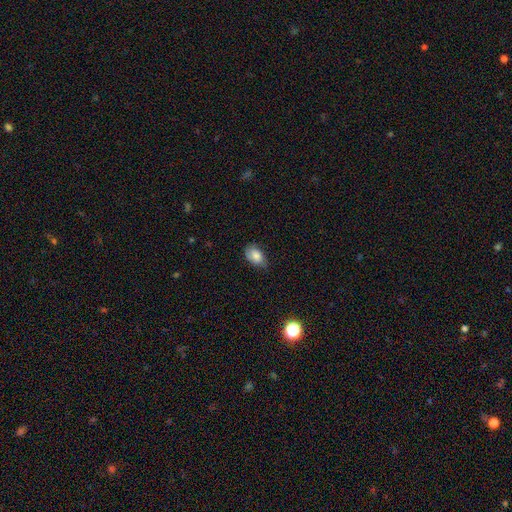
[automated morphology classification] This appears to be a smooth galaxy with no disk features (80%) that is in between round and cigar-shaped (90%). Merging: none (68%).